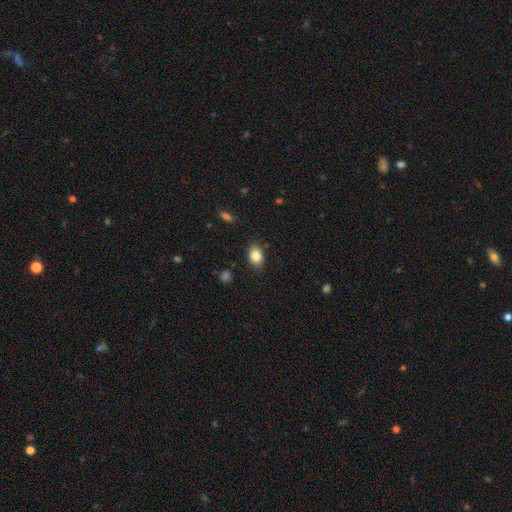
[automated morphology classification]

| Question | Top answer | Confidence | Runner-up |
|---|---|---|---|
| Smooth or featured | smooth | 84% | star or artifact (9%) |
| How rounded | in between | 78% | round (21%) |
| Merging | none | 86% | minor disturbance (11%) |